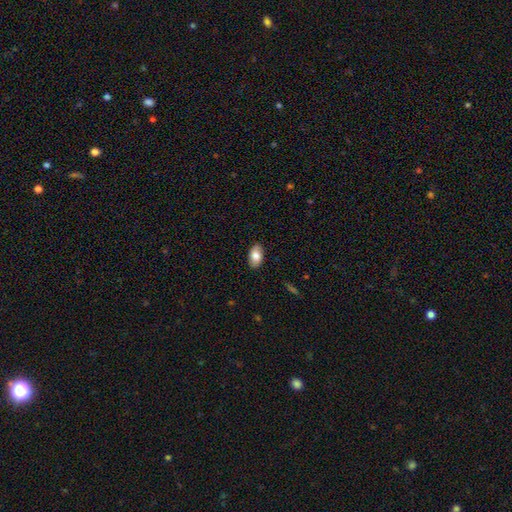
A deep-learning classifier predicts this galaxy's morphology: Smooth or featured? Predicted: smooth (p=0.80). How rounded? Predicted: in between (p=0.93). Merging? Predicted: none (p=0.87).